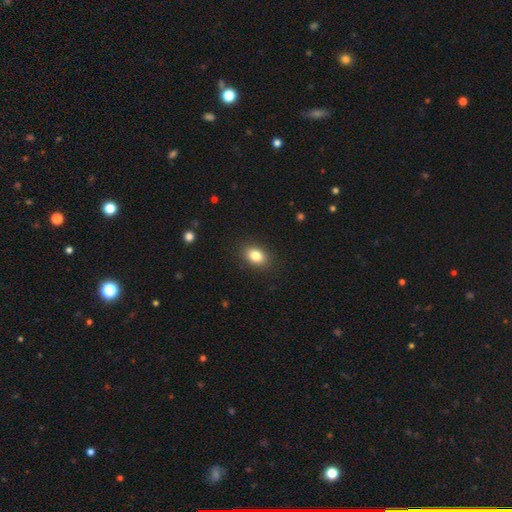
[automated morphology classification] smooth 84%, star or artifact 9%, featured or disk 7%. Down the decision tree: how rounded — in between (80%); merging — none (88%).